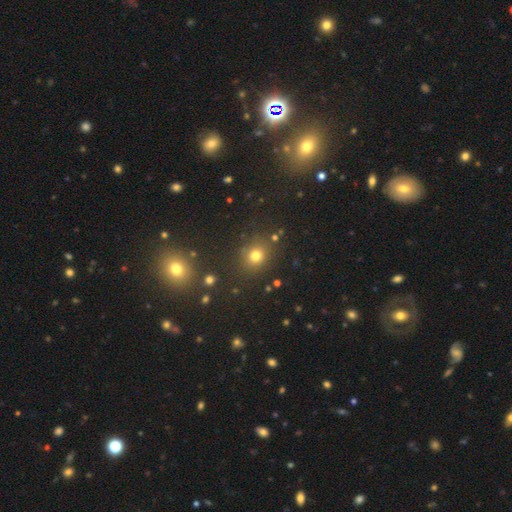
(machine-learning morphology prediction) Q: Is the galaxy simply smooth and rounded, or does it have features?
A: smooth — 71%.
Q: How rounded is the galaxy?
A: round — 78%.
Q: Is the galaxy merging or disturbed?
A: none — 83%.